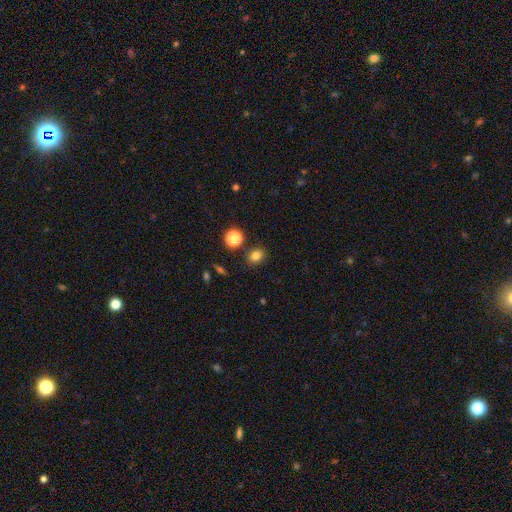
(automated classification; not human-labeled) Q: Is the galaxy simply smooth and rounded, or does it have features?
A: smooth — 80%.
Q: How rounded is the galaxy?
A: in between — 53%.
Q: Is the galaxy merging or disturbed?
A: none — 83%.